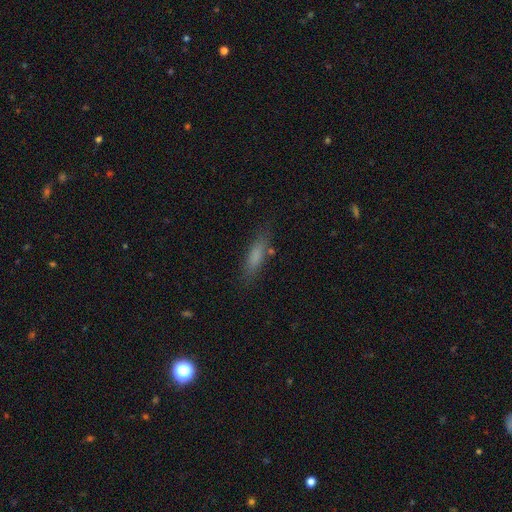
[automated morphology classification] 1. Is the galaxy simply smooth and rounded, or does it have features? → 76% smooth, 15% featured or disk, 10% star or artifact.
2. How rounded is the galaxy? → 65% cigar-shaped, 32% in between, 2% round.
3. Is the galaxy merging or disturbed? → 80% none, 13% minor disturbance, 4% major disturbance, 3% merger.